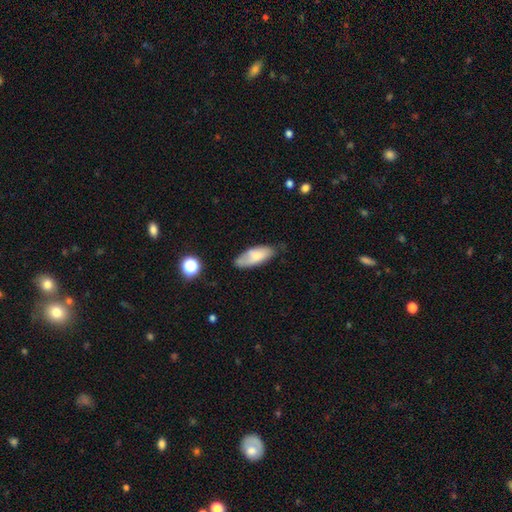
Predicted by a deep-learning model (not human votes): This is likely a smooth galaxy (74%). How rounded: likely in between (79%). Merging: likely none (63%).